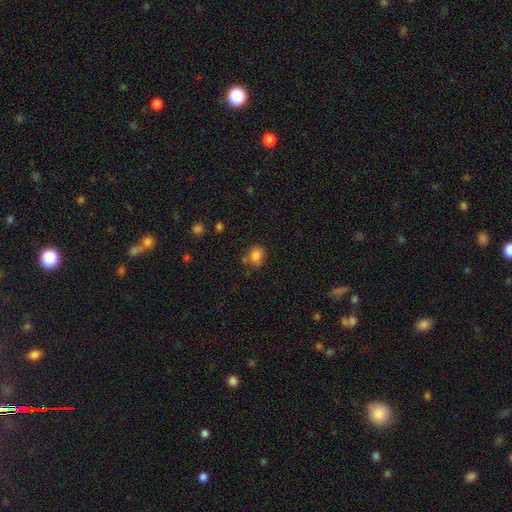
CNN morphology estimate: type=smooth (83%); roundness=round (59%); merging=none (67%).